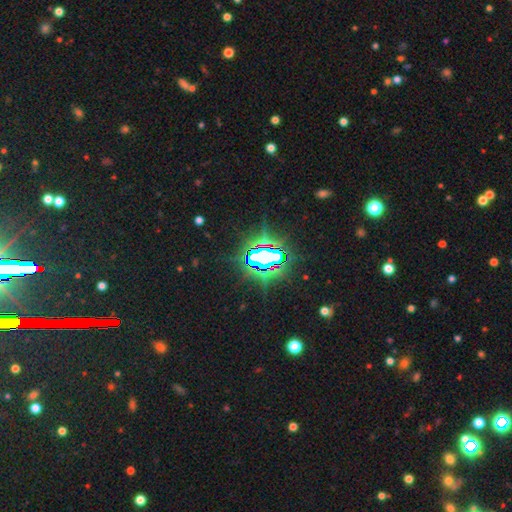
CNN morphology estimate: The model was most divided on "smooth or featured": star or artifact: 84%, smooth: 9%, featured or disk: 7%.